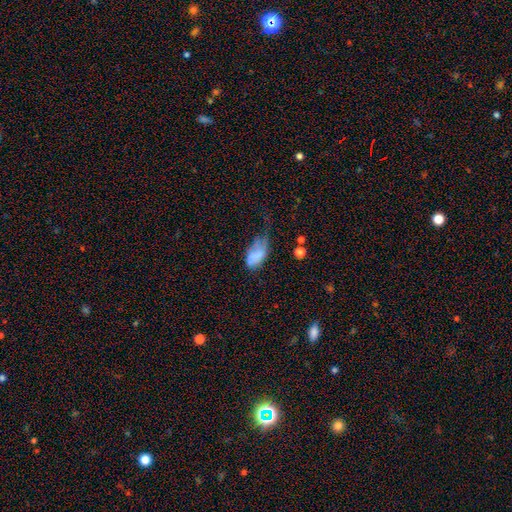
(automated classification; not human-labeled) smooth-or-featured: smooth: 74% | featured or disk: 17% | star or artifact: 9%
  how-rounded: in between: 93% | round: 5% | cigar-shaped: 2%
  merging: major disturbance: 43% | minor disturbance: 35% | none: 18% | merger: 4%